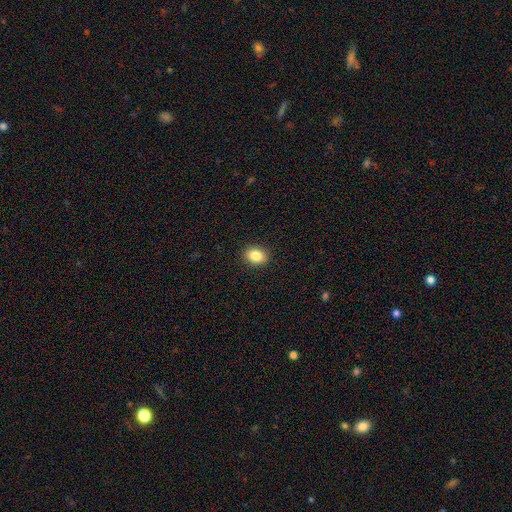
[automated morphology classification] A smooth galaxy with no disk features (85%) that is in between round and cigar-shaped (63%).

Vote fractions:
- Smooth or featured? smooth: 85% / star or artifact: 9% / featured or disk: 6%
- How rounded? in between: 63% / round: 36% / cigar-shaped: 1%
- Merging? none: 90% / minor disturbance: 7% / major disturbance: 2% / merger: 1%